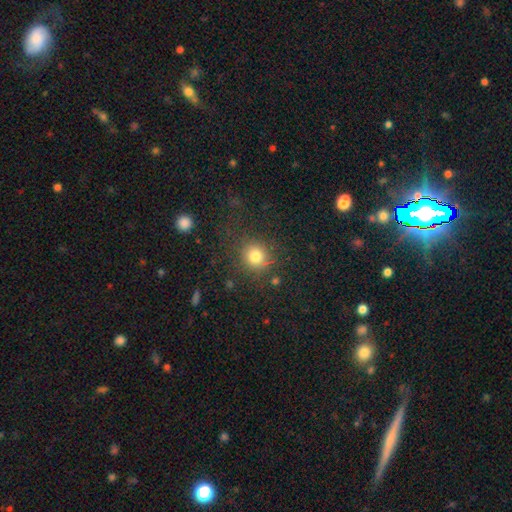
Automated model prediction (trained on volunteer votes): Overall: smooth (79%). How rounded: round (90%). Merging: none (83%).